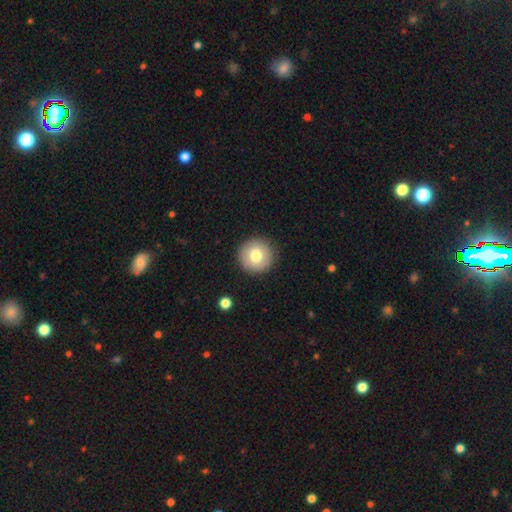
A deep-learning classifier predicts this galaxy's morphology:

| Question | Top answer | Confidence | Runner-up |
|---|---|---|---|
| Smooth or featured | smooth | 74% | featured or disk (18%) |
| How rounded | round | 95% | in between (4%) |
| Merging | none | 91% | minor disturbance (6%) |